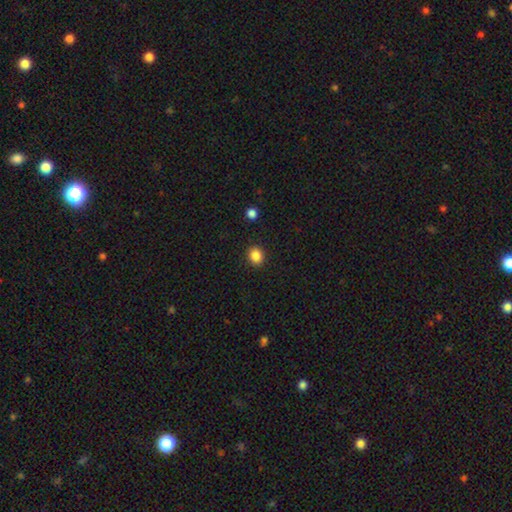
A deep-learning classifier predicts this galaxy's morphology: Q: Smooth or featured?
A: smooth (86%); runner-up: star or artifact (10%)
Q: How rounded?
A: round (74%); runner-up: in between (26%)
Q: Merging?
A: none (90%); runner-up: minor disturbance (6%)